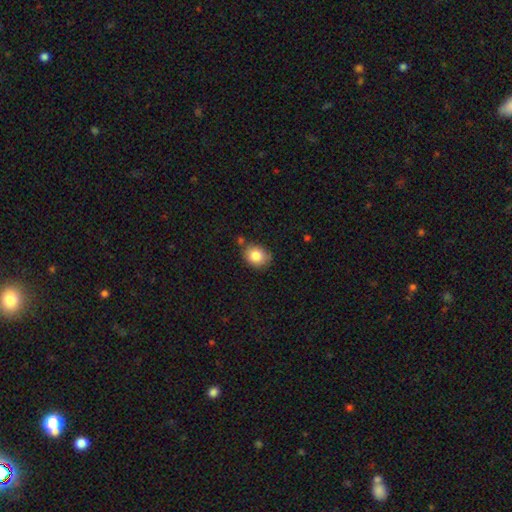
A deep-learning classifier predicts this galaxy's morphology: This appears to be a smooth galaxy with no disk features (84%) that is in between round and cigar-shaped (55%). Merging: none (71%).